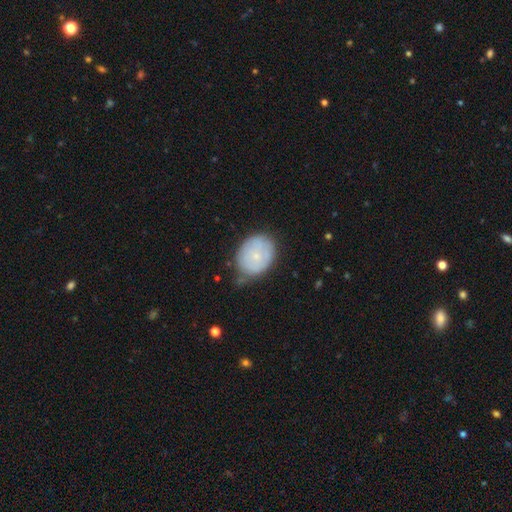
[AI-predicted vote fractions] Overall: smooth (63%; featured or disk 29%). How rounded: in between (56%; round 43%). Merging: none (51%; minor disturbance 36%).